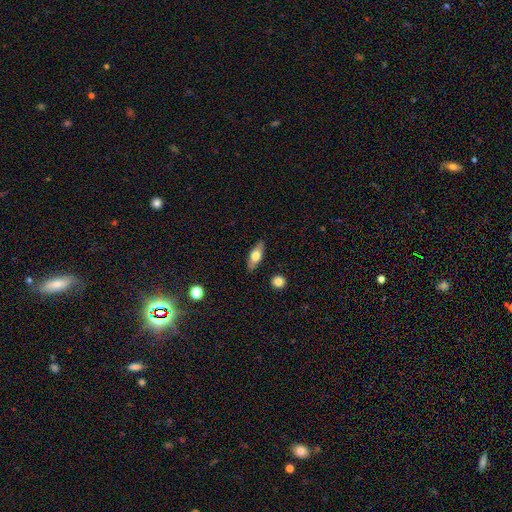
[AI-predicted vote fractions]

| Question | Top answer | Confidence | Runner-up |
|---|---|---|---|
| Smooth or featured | smooth | 60% | featured or disk (33%) |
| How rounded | in between | 70% | cigar-shaped (26%) |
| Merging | none | 84% | minor disturbance (11%) |